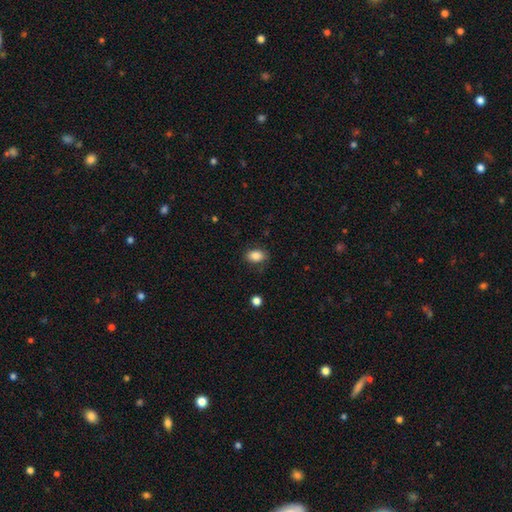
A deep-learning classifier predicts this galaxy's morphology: Q: Smooth or featured?
A: smooth (86%); runner-up: star or artifact (9%)
Q: How rounded?
A: in between (83%); runner-up: round (15%)
Q: Merging?
A: none (80%); runner-up: minor disturbance (14%)